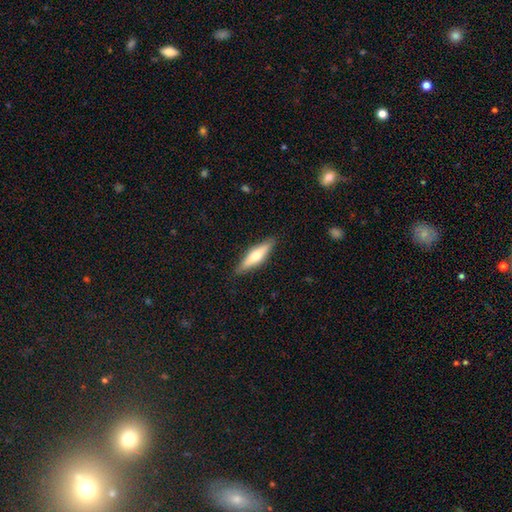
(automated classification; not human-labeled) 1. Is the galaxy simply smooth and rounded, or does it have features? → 52% smooth, 43% featured or disk, 5% star or artifact.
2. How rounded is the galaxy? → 69% cigar-shaped, 29% in between, 2% round.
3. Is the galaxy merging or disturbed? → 88% none, 9% minor disturbance, 2% major disturbance, 1% merger.